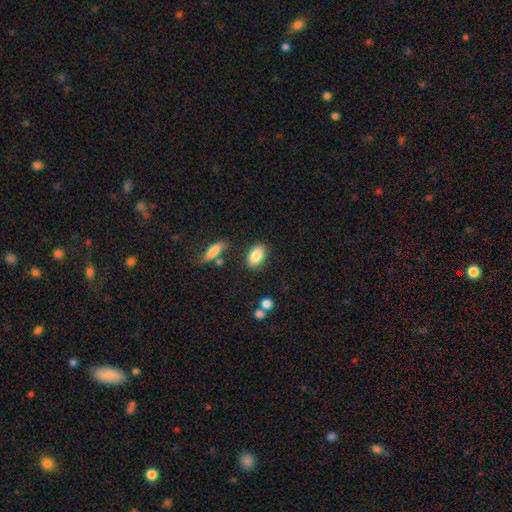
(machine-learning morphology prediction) Smooth or featured?
  - smooth: 86% *
  - star or artifact: 7%
  - featured or disk: 7%
How rounded?
  - in between: 90% *
  - round: 8%
  - cigar-shaped: 2%
Merging?
  - none: 82% *
  - minor disturbance: 11%
  - merger: 4%
  - major disturbance: 3%